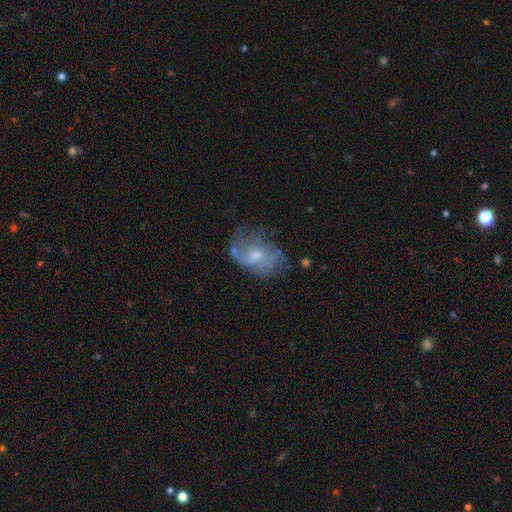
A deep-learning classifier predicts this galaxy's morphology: A featured or disk galaxy (62%) with no bar (61%), spiral arms (65%) and a small central bulge (50%).

Vote fractions:
- Smooth or featured? featured or disk: 62% / smooth: 27% / star or artifact: 11%
- Edge-on disk? no: 96% / yes: 4%
- Bar? no: 61% / weak: 33% / strong: 6%
- Spiral arms? yes: 65% / no: 35%
- Bulge size? small: 50% / moderate: 42% / none: 4% / large: 2% / dominant: 1%
- Merging? none: 47% / minor disturbance: 27% / major disturbance: 23% / merger: 3%